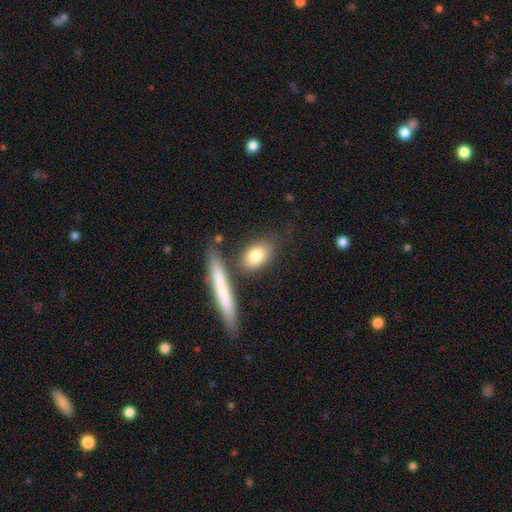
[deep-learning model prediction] Q: Smooth or featured?
A: smooth (80%); runner-up: featured or disk (14%)
Q: How rounded?
A: in between (74%); runner-up: round (14%)
Q: Merging?
A: none (72%); runner-up: minor disturbance (13%)